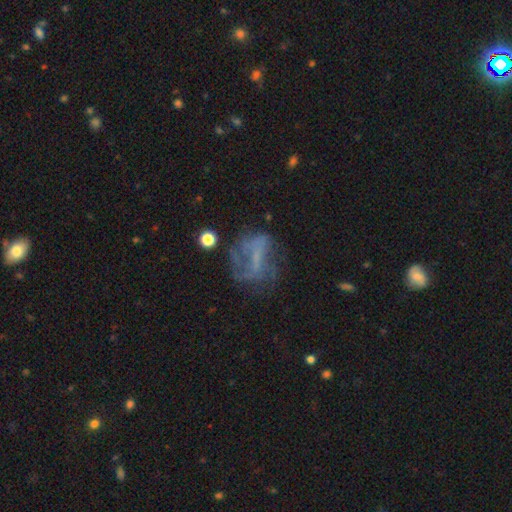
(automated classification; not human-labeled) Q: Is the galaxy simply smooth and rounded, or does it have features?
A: featured or disk — 56%.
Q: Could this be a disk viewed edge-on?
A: no — 94%.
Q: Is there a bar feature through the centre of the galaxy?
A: no — 43%.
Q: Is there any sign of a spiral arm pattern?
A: no — 58%.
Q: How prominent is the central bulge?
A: none — 64%.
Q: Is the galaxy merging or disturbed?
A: none — 43%.